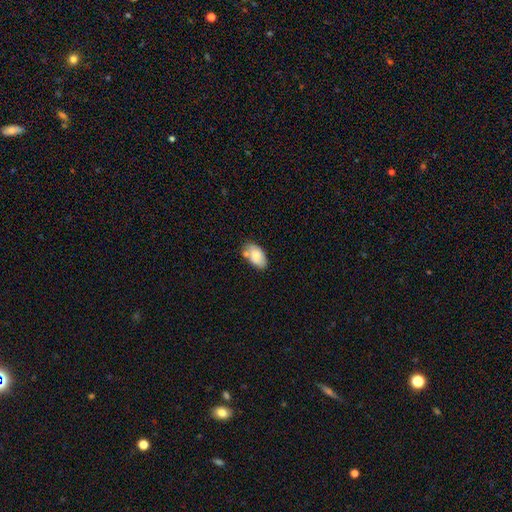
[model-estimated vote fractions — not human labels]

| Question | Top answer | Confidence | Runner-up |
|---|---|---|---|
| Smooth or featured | smooth | 78% | featured or disk (15%) |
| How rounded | in between | 93% | round (5%) |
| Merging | none | 61% | minor disturbance (20%) |